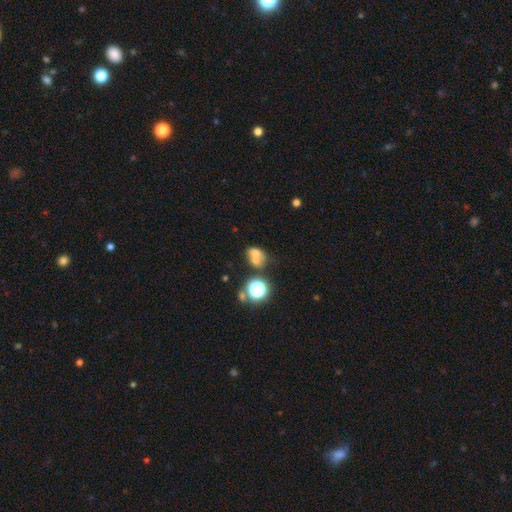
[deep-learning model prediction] Morphology: type=smooth (58%); roundness=in between (52%); merging=merger (57%).